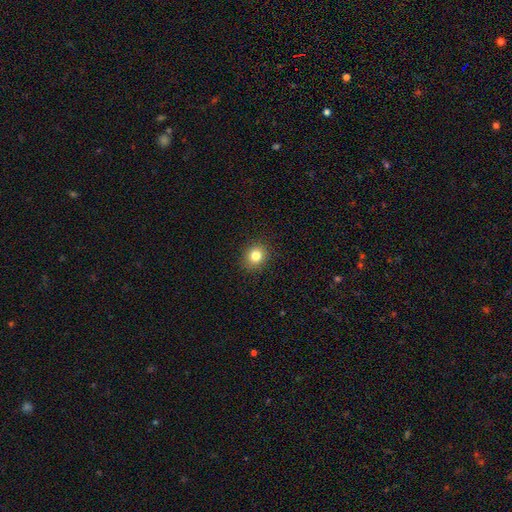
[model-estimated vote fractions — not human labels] This appears to be a smooth galaxy with no disk features (82%) that is round (78%). Merging: none (91%).